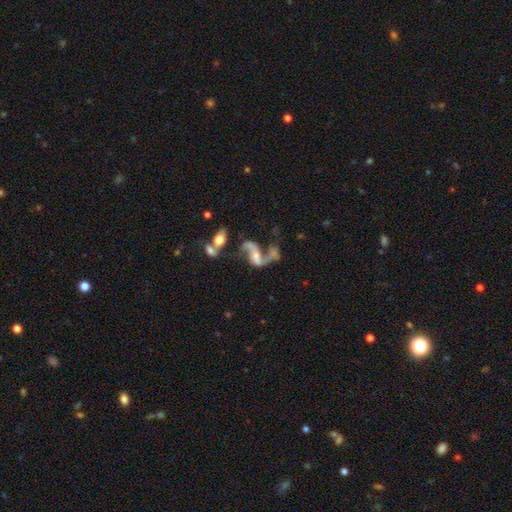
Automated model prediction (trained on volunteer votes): smooth-or-featured: featured or disk: 82% | smooth: 11% | star or artifact: 8%
  disk-edge-on: no: 96% | yes: 4%
    bar: no: 44% | weak: 36% | strong: 20%
    has-spiral-arms: yes: 89% | no: 11%
      spiral-winding: loose: 81% | medium: 15% | tight: 4%
      spiral-arm-count: 2: 86% | 1: 9% | can't tell: 3% | 3: 1% | 4: 1% | more than 4: 1%
    bulge-size: small: 42% | moderate: 36% | none: 15% | large: 5% | dominant: 2%
  merging: none: 33% | merger: 32% | major disturbance: 21% | minor disturbance: 15%